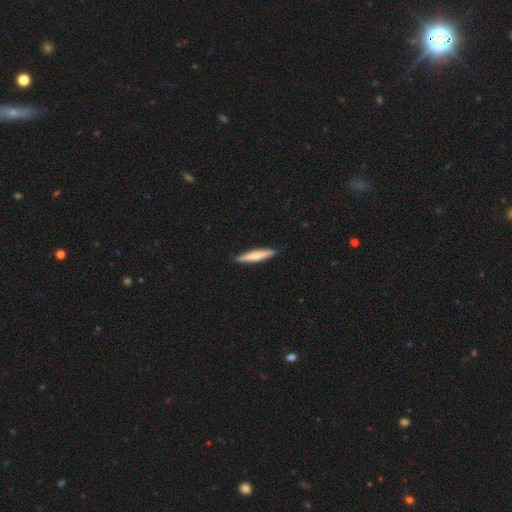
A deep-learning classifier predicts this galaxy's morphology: Overall: smooth (66%; featured or disk 29%). How rounded: cigar-shaped (90%). Merging: none (90%).